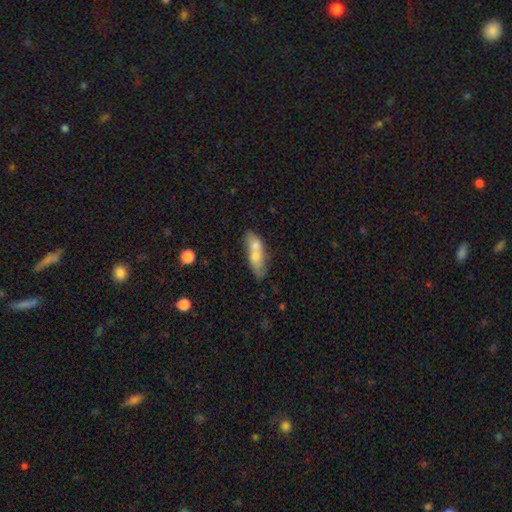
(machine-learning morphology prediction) This appears to be a smooth galaxy with no disk features (60%) that is in between round and cigar-shaped (55%). Merging: merger (43%).